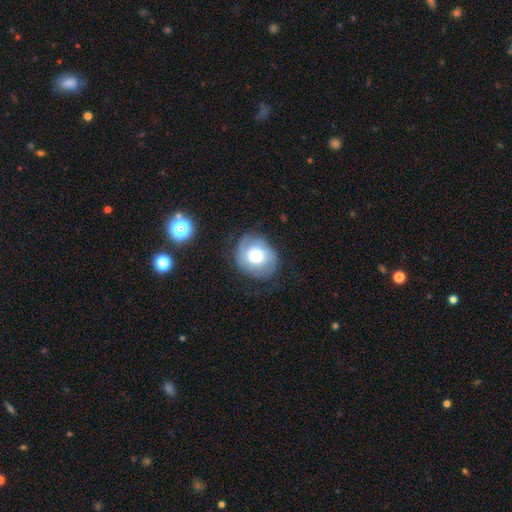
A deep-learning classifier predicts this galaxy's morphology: type=smooth (50%); merging=none (68%).